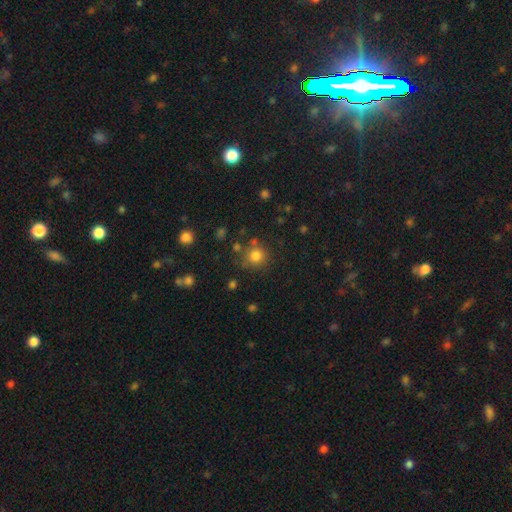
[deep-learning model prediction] smooth_or_featured: smooth (p=0.80) [alt: star or artifact p=0.14]
how_rounded: round (p=0.91) [alt: in between p=0.08]
merging: none (p=0.75) [alt: minor disturbance p=0.12]